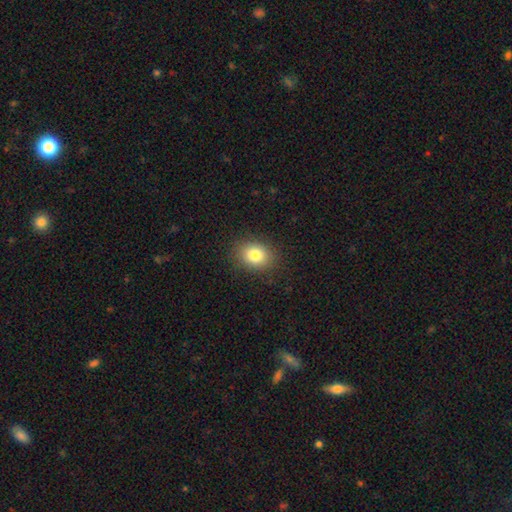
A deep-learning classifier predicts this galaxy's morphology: The model was most divided on "how rounded": in between: 51%, round: 48%, cigar-shaped: 1%. More confident: merging — none (90%); smooth or featured — smooth (81%).